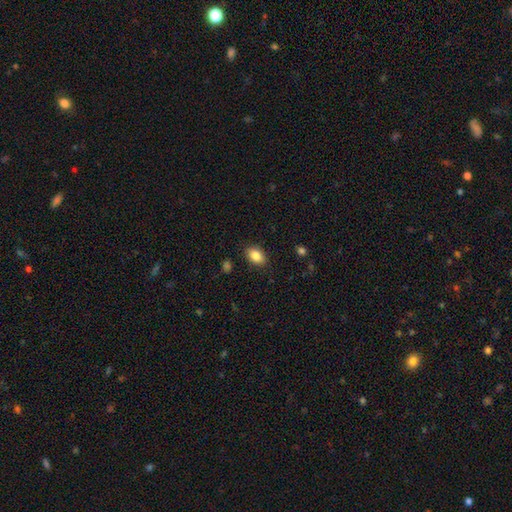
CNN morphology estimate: smooth 86%, star or artifact 8%, featured or disk 6%. Down the decision tree: how rounded — in between (84%); merging — none (87%).